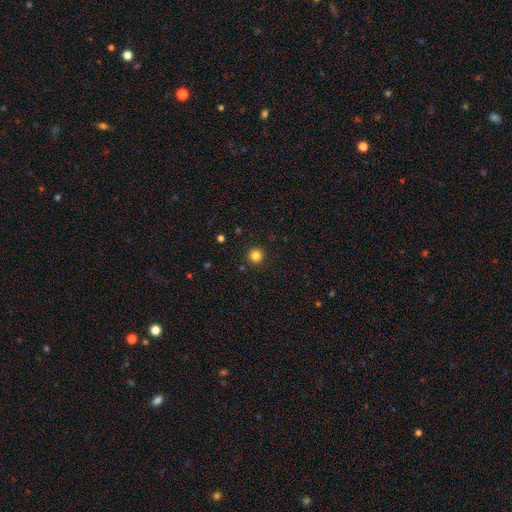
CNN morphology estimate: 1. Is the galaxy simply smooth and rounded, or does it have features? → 83% smooth, 13% star or artifact, 4% featured or disk.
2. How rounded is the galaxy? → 95% round, 4% in between, 1% cigar-shaped.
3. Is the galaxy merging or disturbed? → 93% none, 5% minor disturbance, 2% major disturbance, 1% merger.